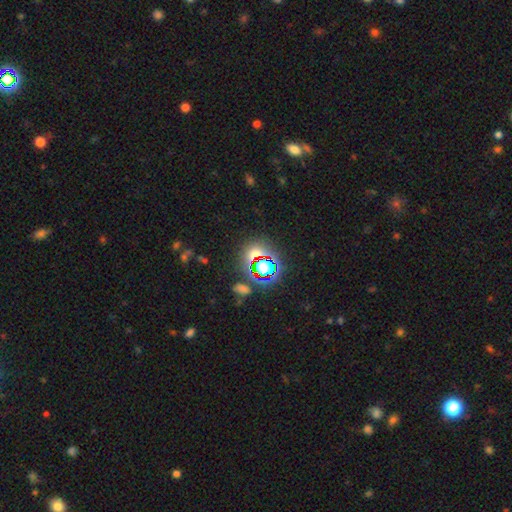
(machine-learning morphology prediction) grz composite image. It shows a star or artifact, not a galaxy (60%).